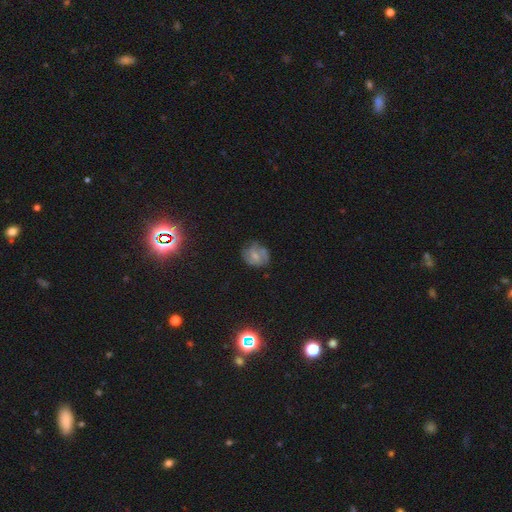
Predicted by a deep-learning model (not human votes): Smooth or featured? featured or disk (49%)
Merging? none (63%)